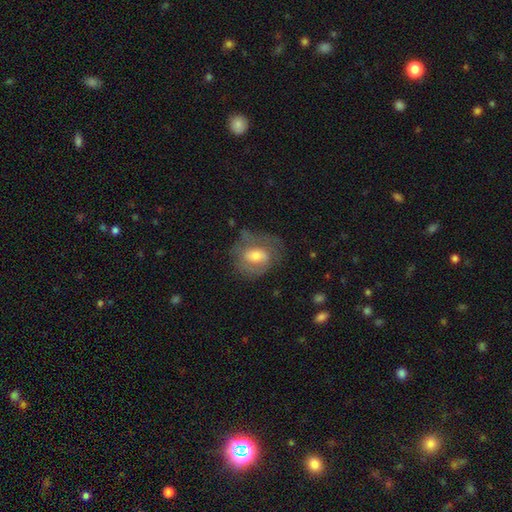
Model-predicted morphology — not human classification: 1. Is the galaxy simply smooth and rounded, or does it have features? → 49% featured or disk, 44% smooth, 8% star or artifact.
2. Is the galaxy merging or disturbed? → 51% none, 25% minor disturbance, 21% major disturbance, 2% merger.